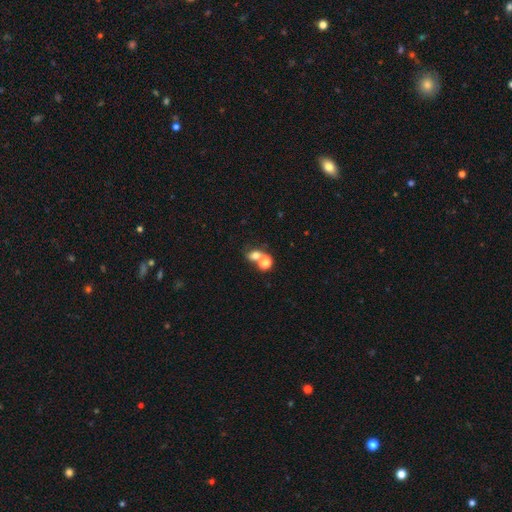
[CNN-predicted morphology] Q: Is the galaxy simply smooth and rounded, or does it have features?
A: smooth — 70%.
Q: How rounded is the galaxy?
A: round — 59%.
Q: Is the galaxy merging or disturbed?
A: merger — 50%.